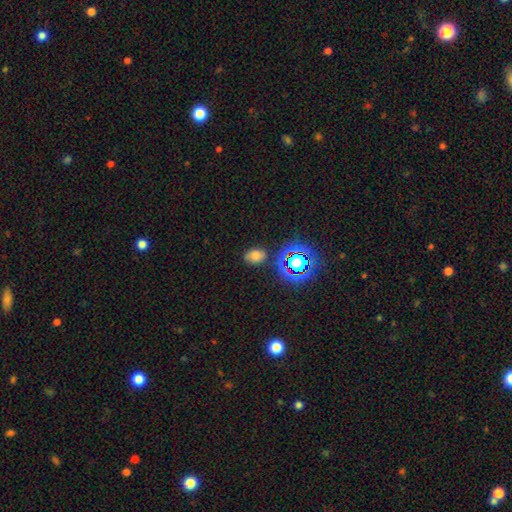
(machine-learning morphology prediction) A smooth galaxy with no disk features (67%) that is in between round and cigar-shaped (76%).

Vote fractions:
- Smooth or featured? smooth: 67% / star or artifact: 25% / featured or disk: 9%
- How rounded? in between: 76% / round: 22% / cigar-shaped: 1%
- Merging? none: 78% / minor disturbance: 14% / major disturbance: 4% / merger: 4%